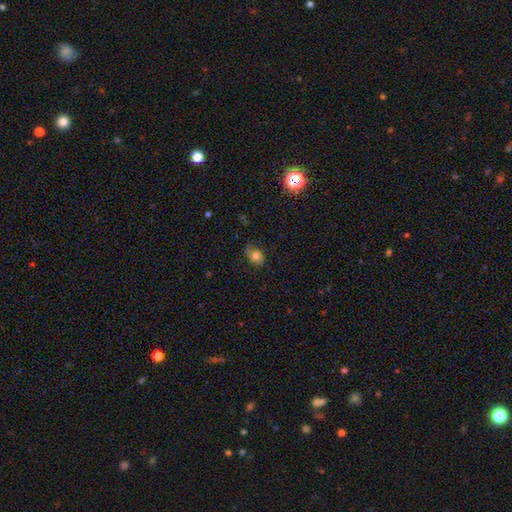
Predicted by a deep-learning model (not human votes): smooth-or-featured: smooth: 66% | featured or disk: 22% | star or artifact: 12%
  how-rounded: in between: 59% | round: 39% | cigar-shaped: 1%
  merging: none: 54% | minor disturbance: 30% | major disturbance: 14% | merger: 2%